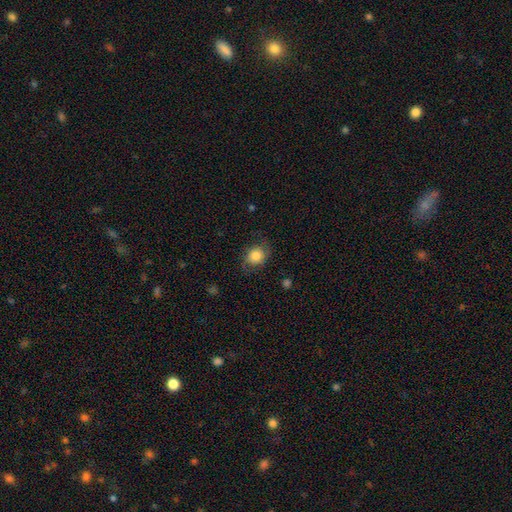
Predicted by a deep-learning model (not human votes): Q: Smooth or featured?
A: smooth (71%); runner-up: featured or disk (20%)
Q: How rounded?
A: round (62%); runner-up: in between (37%)
Q: Merging?
A: none (70%); runner-up: minor disturbance (20%)